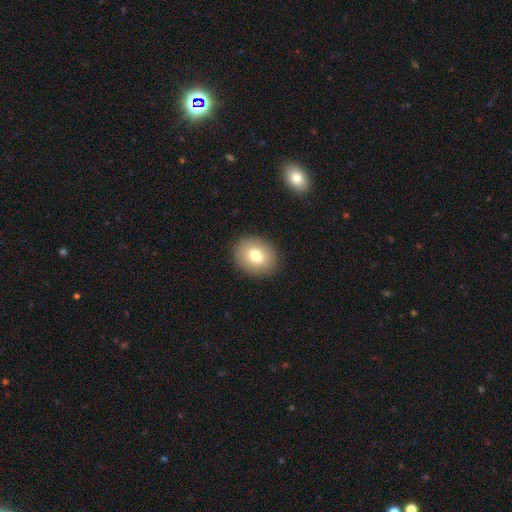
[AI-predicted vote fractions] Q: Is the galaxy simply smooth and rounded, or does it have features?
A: smooth — 75%.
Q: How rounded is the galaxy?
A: in between — 54%.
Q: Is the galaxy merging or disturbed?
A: none — 89%.